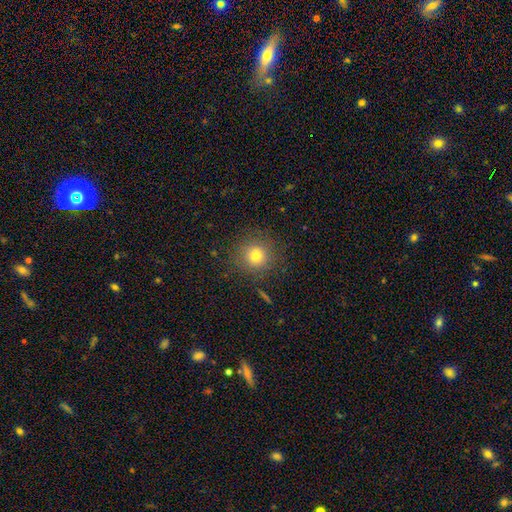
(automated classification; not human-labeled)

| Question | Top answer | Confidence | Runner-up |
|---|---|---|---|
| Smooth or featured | smooth | 76% | star or artifact (15%) |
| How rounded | round | 93% | in between (6%) |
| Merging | none | 87% | minor disturbance (8%) |